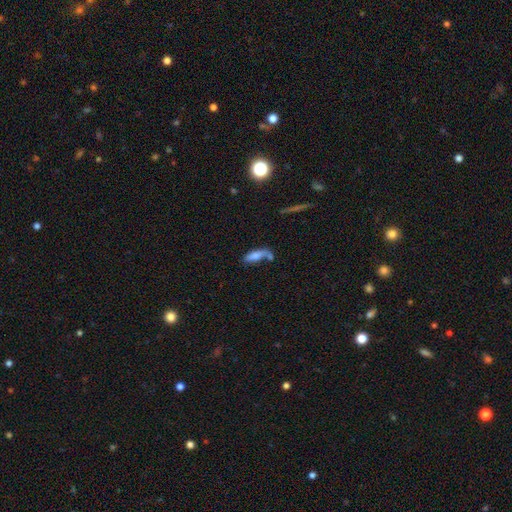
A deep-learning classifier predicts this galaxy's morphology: smooth 63%, featured or disk 26%, star or artifact 11%. Down the decision tree: how rounded — in between (53%); merging — none (39%).